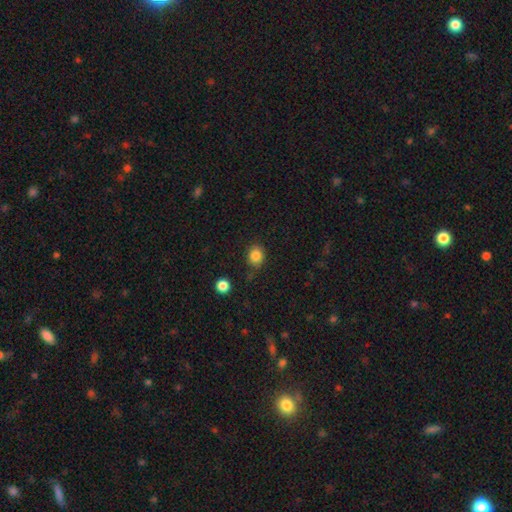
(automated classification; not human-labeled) A smooth galaxy with no disk features (84%) that is round (67%).

Vote fractions:
- Smooth or featured? smooth: 84% / star or artifact: 11% / featured or disk: 5%
- How rounded? round: 67% / in between: 33% / cigar-shaped: 1%
- Merging? none: 78% / minor disturbance: 15% / major disturbance: 4% / merger: 3%